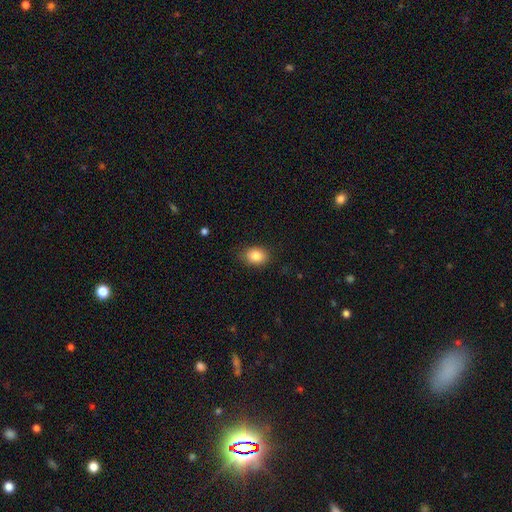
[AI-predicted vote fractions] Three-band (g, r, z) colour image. It shows a smooth galaxy with no disk features (85%) that is in between round and cigar-shaped (70%). Merging: none (82%).